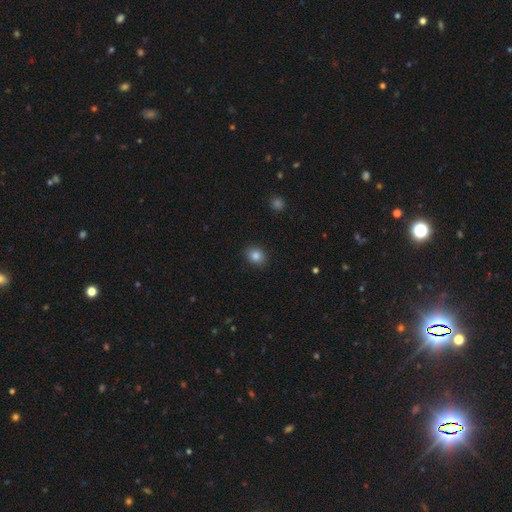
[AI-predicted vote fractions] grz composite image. It shows a smooth galaxy with no disk features (83%) that is round (57%). Merging: none (89%).